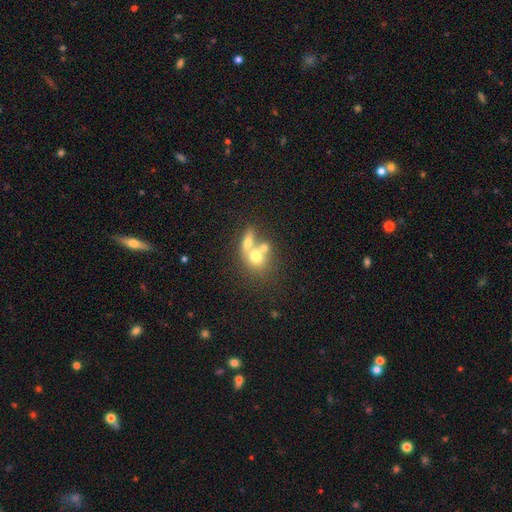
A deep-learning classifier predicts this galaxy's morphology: type=smooth (64%); roundness=round (61%); merging=merger (62%).